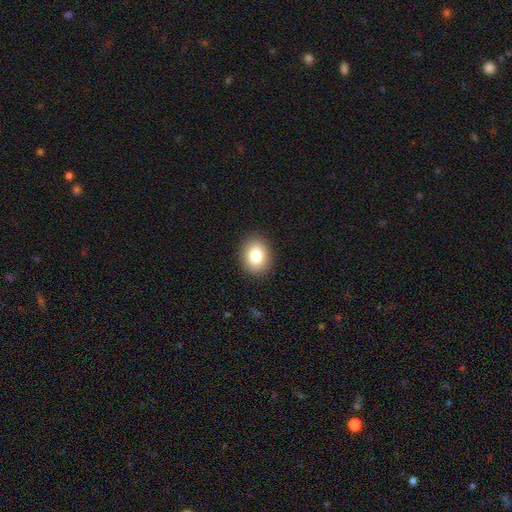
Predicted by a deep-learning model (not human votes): Smooth or featured: smooth — 83% (star or artifact — 9%)
How rounded: in between — 60% (round — 39%)
Merging: none — 89% (minor disturbance — 8%)